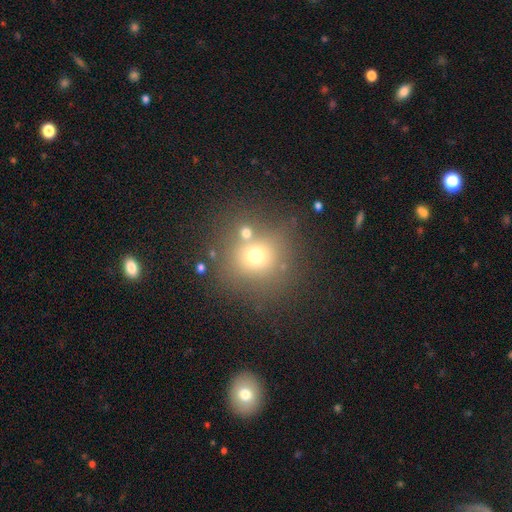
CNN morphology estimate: smooth 66%, star or artifact 20%, featured or disk 14%. Down the decision tree: how rounded — round (90%); merging — none (70%).